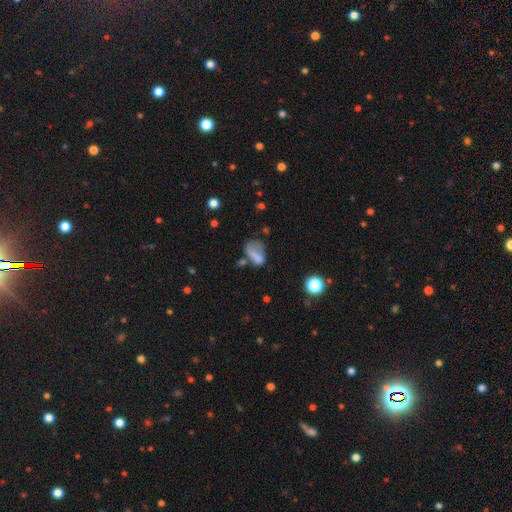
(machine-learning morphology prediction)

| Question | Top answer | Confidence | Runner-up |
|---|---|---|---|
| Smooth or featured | smooth | 64% | featured or disk (22%) |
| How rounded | in between | 78% | round (15%) |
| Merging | major disturbance | 35% | none (27%) |